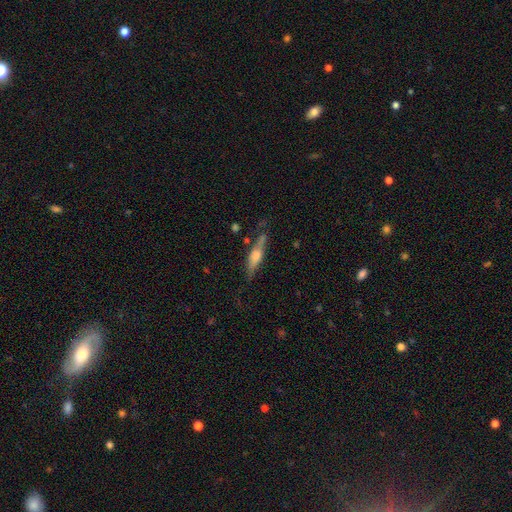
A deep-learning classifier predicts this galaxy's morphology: Smooth or featured: featured or disk — 59% (smooth — 34%)
Edge-on disk: yes — 92% (no — 8%)
Edge-on bulge: rounded — 80% (boxy — 13%)
Merging: none — 71% (minor disturbance — 19%)